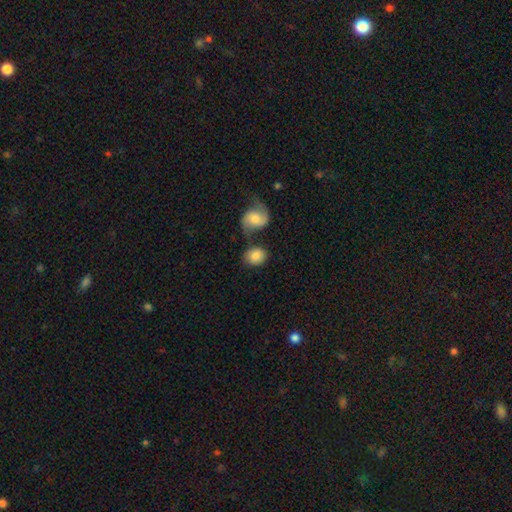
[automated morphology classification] Overall: smooth (78%). How rounded: round (53%; in between 46%). Merging: none (60%).